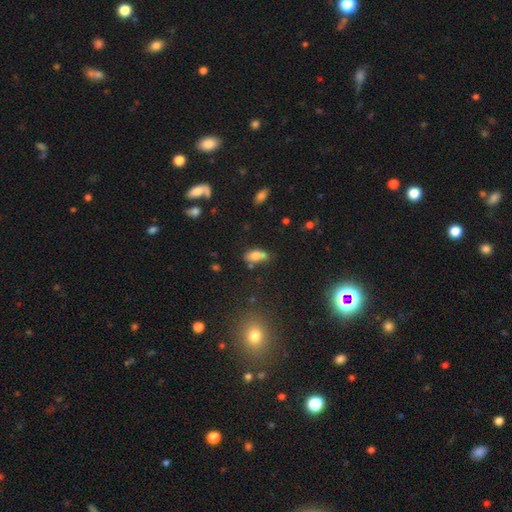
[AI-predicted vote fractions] Q: Smooth or featured?
A: smooth (75%); runner-up: featured or disk (14%)
Q: How rounded?
A: in between (87%); runner-up: cigar-shaped (8%)
Q: Merging?
A: none (48%); runner-up: minor disturbance (26%)